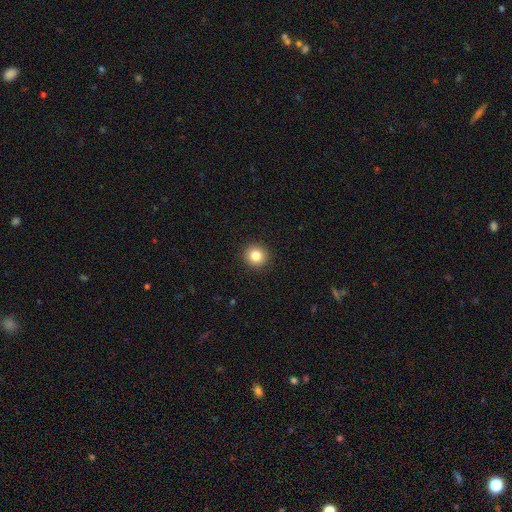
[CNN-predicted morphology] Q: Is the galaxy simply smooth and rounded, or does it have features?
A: smooth — 83%.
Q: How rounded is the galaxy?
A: round — 94%.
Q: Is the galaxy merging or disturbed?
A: none — 93%.